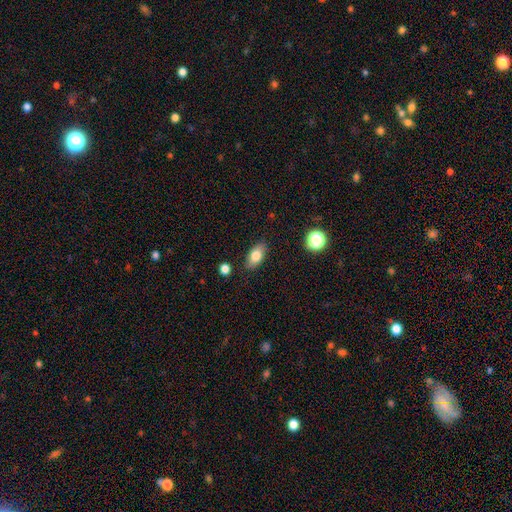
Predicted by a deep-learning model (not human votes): Overall: smooth (80%). How rounded: in between (88%). Merging: none (85%).